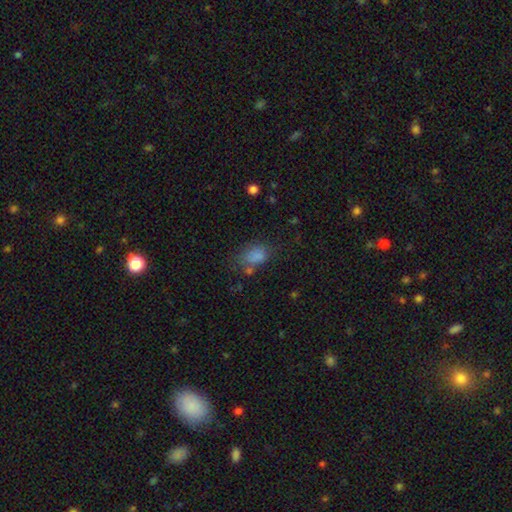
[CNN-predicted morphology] A smooth galaxy with no disk features (75%) that is in between round and cigar-shaped (78%). Merging: none (48%).